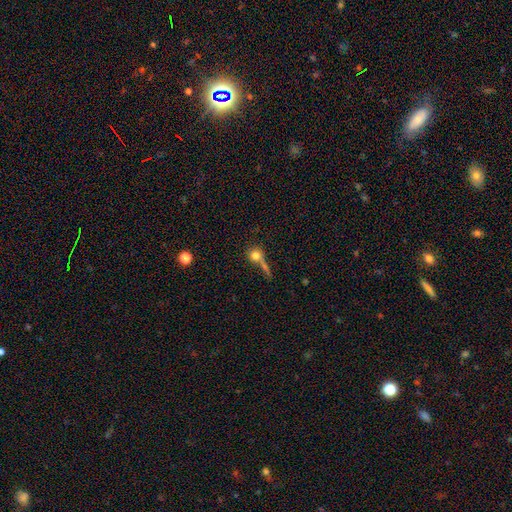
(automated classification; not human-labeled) Overall: smooth (72%). How rounded: round (80%). Merging: none (40%; merger 34%).